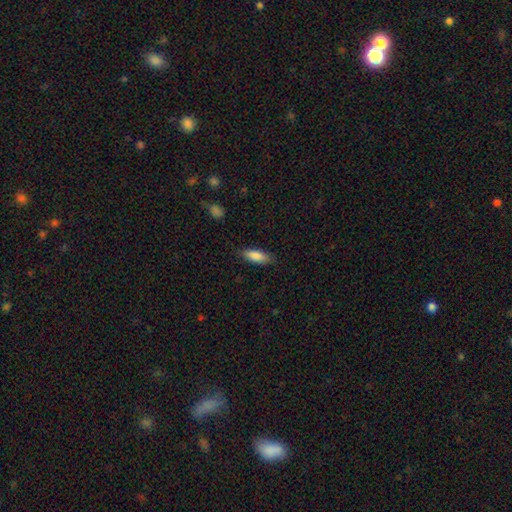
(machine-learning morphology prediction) smooth_or_featured: smooth (p=0.85) [alt: featured or disk p=0.09]
how_rounded: in between (p=0.63) [alt: cigar-shaped p=0.35]
merging: none (p=0.84) [alt: minor disturbance p=0.12]